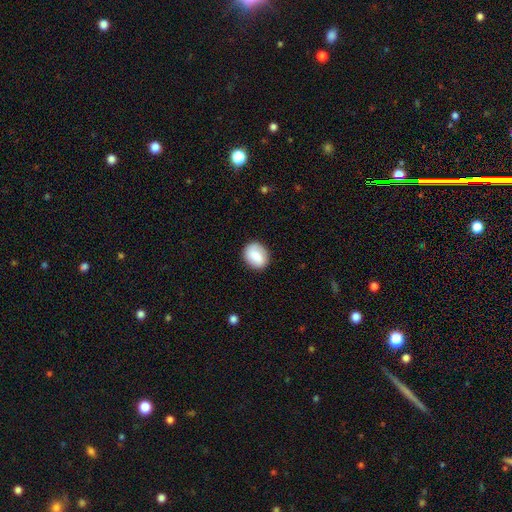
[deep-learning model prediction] Smooth or featured: smooth — 81% (featured or disk — 12%)
How rounded: in between — 53% (round — 46%)
Merging: none — 83% (minor disturbance — 13%)